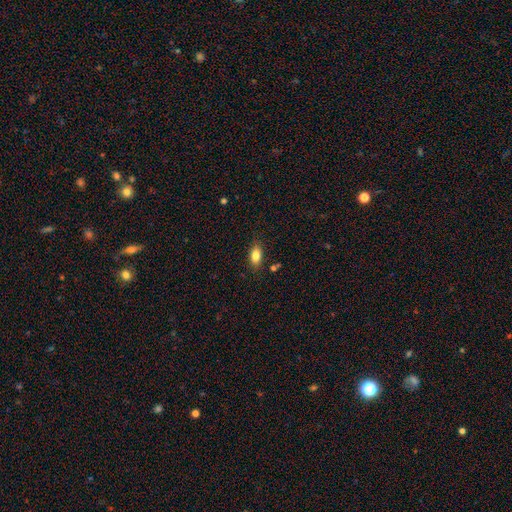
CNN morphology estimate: This is clearly a smooth galaxy (83%). How rounded: clearly in between (88%). Merging: clearly none (83%).